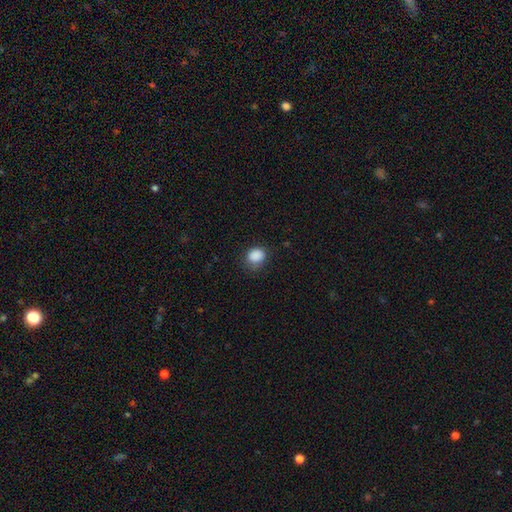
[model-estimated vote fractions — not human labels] Smooth or featured: smooth — 87% (star or artifact — 10%)
How rounded: round — 66% (in between — 33%)
Merging: none — 71% (minor disturbance — 21%)